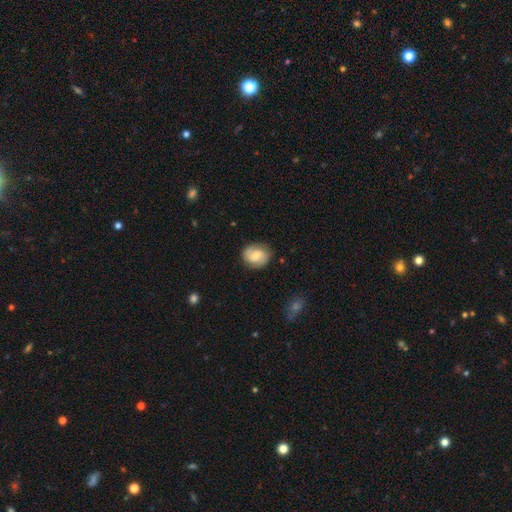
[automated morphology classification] A smooth galaxy with no disk features (49%).

Vote fractions:
- Smooth or featured? smooth: 49% / featured or disk: 44% / star or artifact: 7%
- Merging? none: 80% / minor disturbance: 15% / major disturbance: 4% / merger: 1%